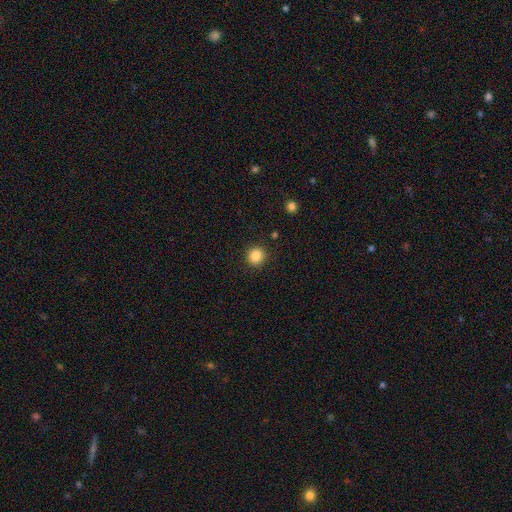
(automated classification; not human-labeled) smooth 86%, star or artifact 10%, featured or disk 3%. Down the decision tree: how rounded — round (89%); merging — none (90%).